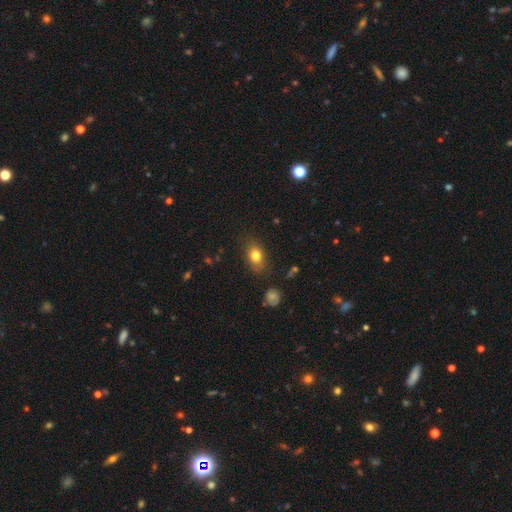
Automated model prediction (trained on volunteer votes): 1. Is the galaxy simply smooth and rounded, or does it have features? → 80% smooth, 11% star or artifact, 10% featured or disk.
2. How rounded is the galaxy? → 70% in between, 27% round, 2% cigar-shaped.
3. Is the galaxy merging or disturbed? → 78% none, 16% minor disturbance, 4% major disturbance, 2% merger.